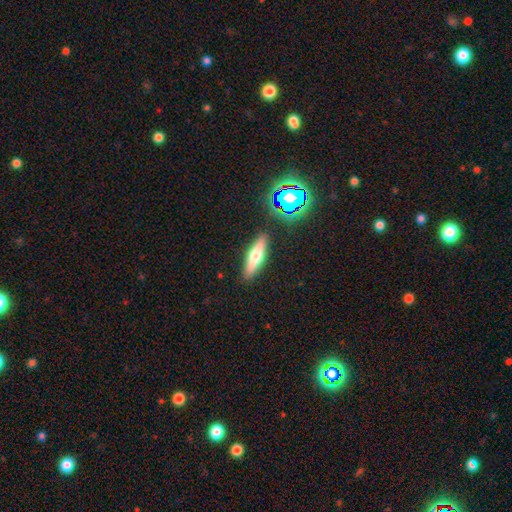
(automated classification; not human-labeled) smooth-or-featured: smooth: 50% | featured or disk: 42% | star or artifact: 9%
  merging: none: 88% | minor disturbance: 8% | merger: 2% | major disturbance: 2%